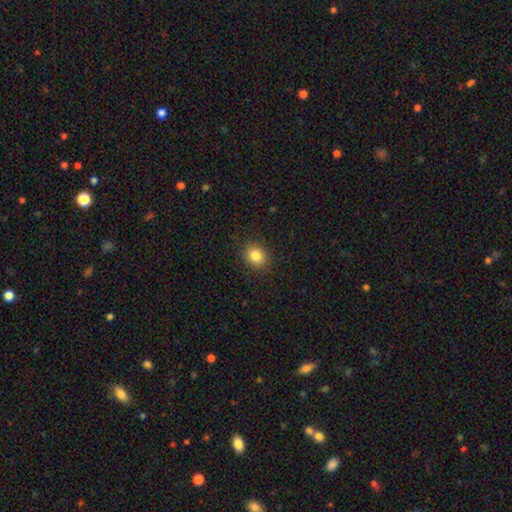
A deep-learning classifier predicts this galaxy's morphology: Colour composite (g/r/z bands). It shows a smooth galaxy with no disk features (83%) that is round (66%). Merging: none (89%).